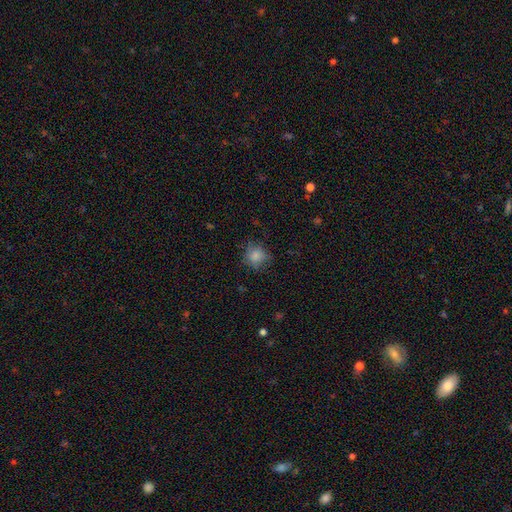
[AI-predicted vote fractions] Smooth or featured?
  - smooth: 83% *
  - star or artifact: 10%
  - featured or disk: 6%
How rounded?
  - round: 84% *
  - in between: 15%
  - cigar-shaped: 1%
Merging?
  - none: 74% *
  - minor disturbance: 18%
  - major disturbance: 6%
  - merger: 1%